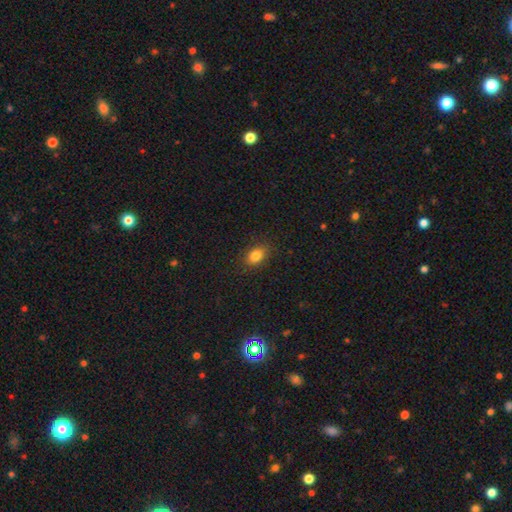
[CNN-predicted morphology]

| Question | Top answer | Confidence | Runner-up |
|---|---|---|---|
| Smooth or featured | smooth | 83% | star or artifact (10%) |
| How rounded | in between | 76% | round (22%) |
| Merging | none | 87% | minor disturbance (10%) |